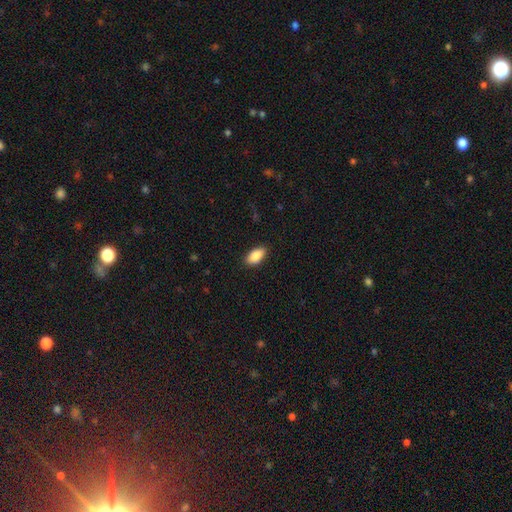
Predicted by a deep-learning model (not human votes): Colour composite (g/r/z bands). It shows a smooth galaxy with no disk features (89%) that is in between round and cigar-shaped (92%). Merging: none (88%).